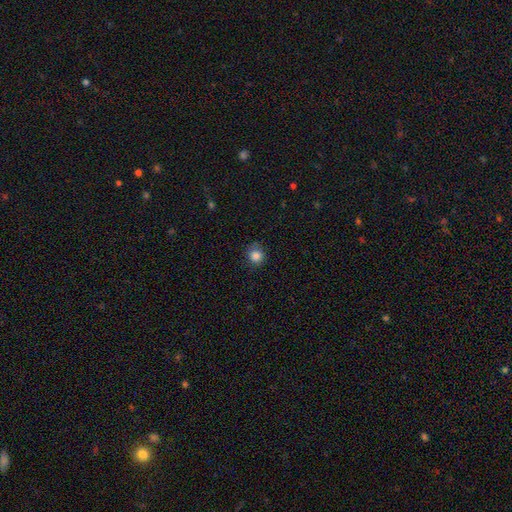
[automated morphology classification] This is clearly a smooth galaxy (85%). How rounded: clearly round (87%). Merging: likely none (79%).